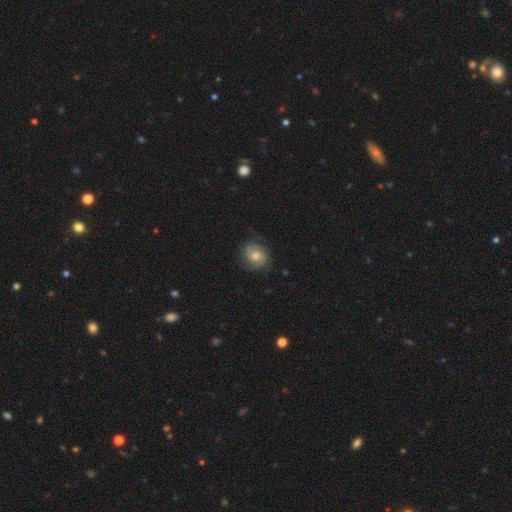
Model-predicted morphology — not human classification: Smooth or featured?
  - featured or disk: 59% *
  - smooth: 33%
  - star or artifact: 8%
Edge-on disk?
  - no: 98% *
  - yes: 2%
Bar?
  - no: 67% *
  - weak: 29%
  - strong: 4%
Spiral arms?
  - yes: 90% *
  - no: 10%
Spiral winding?
  - tight: 45% *
  - medium: 41%
  - loose: 14%
Spiral arm count?
  - 2: 78% *
  - can't tell: 12%
  - 1: 4%
  - 3: 3%
  - 4: 1%
  - more than 4: 1%
Bulge size?
  - moderate: 52% *
  - small: 28%
  - large: 11%
  - none: 6%
  - dominant: 2%
Merging?
  - none: 74% *
  - minor disturbance: 18%
  - major disturbance: 7%
  - merger: 1%